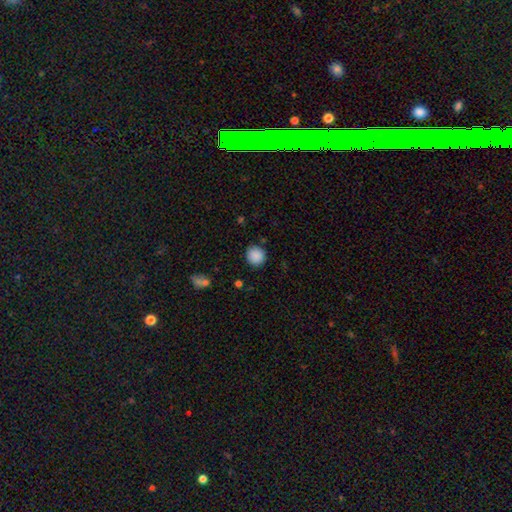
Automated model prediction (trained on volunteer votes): Overall: smooth (89%). How rounded: round (92%). Merging: none (89%).